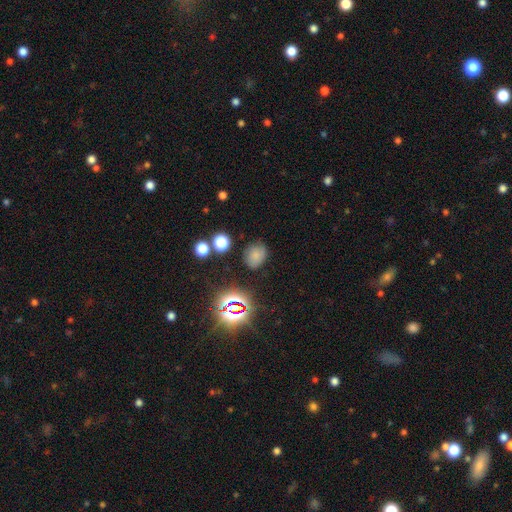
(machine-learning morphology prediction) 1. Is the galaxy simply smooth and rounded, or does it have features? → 70% smooth, 21% star or artifact, 9% featured or disk.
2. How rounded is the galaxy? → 51% round, 48% in between, 1% cigar-shaped.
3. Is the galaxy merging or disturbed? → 75% none, 17% minor disturbance, 5% major disturbance, 3% merger.